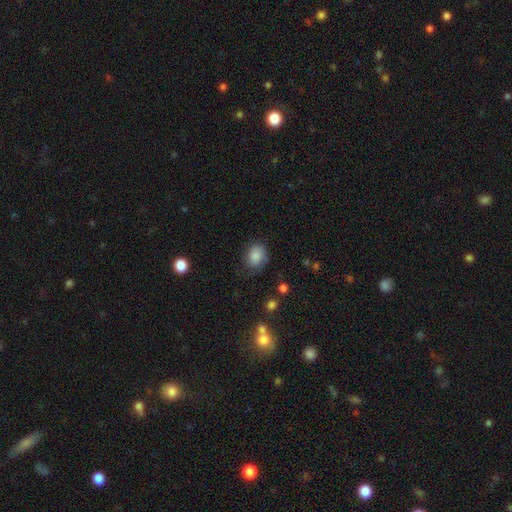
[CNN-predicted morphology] Q: Smooth or featured?
A: smooth (84%); runner-up: star or artifact (9%)
Q: How rounded?
A: in between (60%); runner-up: round (39%)
Q: Merging?
A: none (68%); runner-up: minor disturbance (23%)